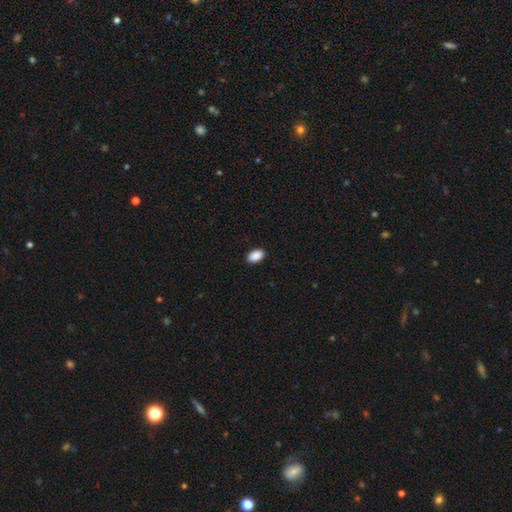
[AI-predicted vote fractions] Overall: smooth (90%). How rounded: in between (92%). Merging: none (90%).